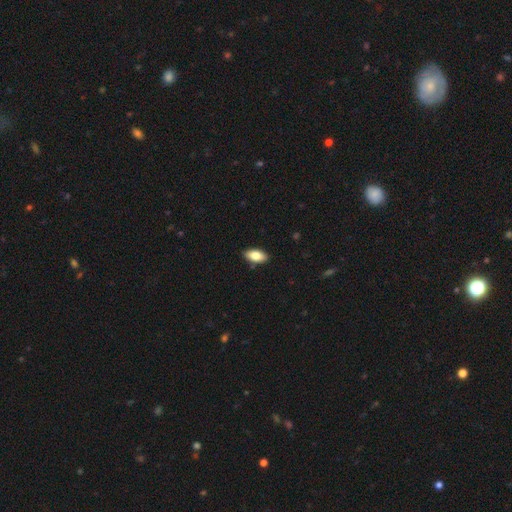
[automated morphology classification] Overall: smooth (82%). How rounded: in between (91%). Merging: none (88%).